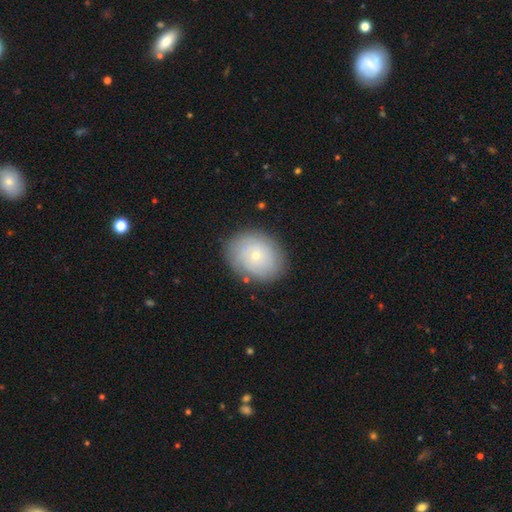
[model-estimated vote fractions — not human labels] Smooth or featured? smooth (50%)
Merging? none (82%)